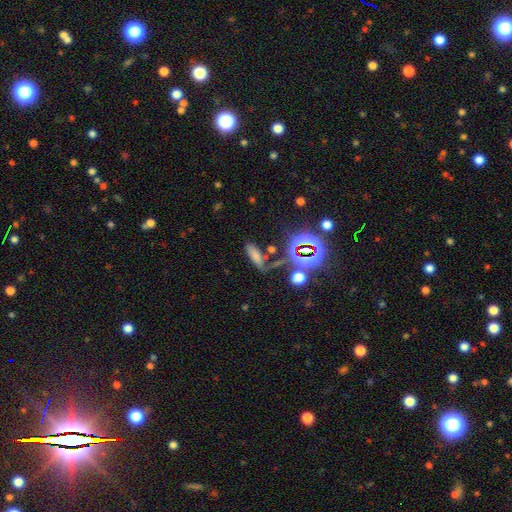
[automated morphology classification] smooth-or-featured: smooth: 62% | star or artifact: 25% | featured or disk: 13%
  how-rounded: in between: 50% | cigar-shaped: 42% | round: 8%
  merging: none: 61% | minor disturbance: 17% | merger: 12% | major disturbance: 10%